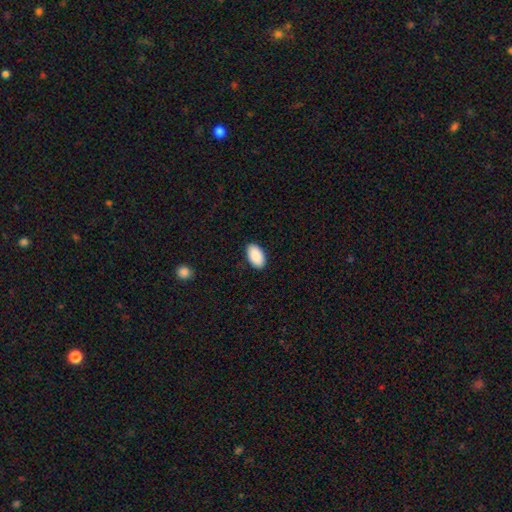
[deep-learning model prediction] Q: Smooth or featured?
A: smooth (90%); runner-up: star or artifact (6%)
Q: How rounded?
A: in between (95%); runner-up: round (3%)
Q: Merging?
A: none (90%); runner-up: minor disturbance (8%)